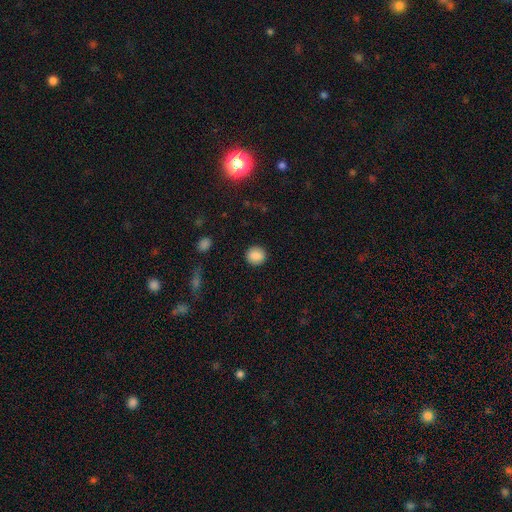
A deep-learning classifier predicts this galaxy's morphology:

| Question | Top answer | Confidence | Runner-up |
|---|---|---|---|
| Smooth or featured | smooth | 87% | star or artifact (9%) |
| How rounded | round | 88% | in between (11%) |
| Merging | none | 91% | minor disturbance (6%) |